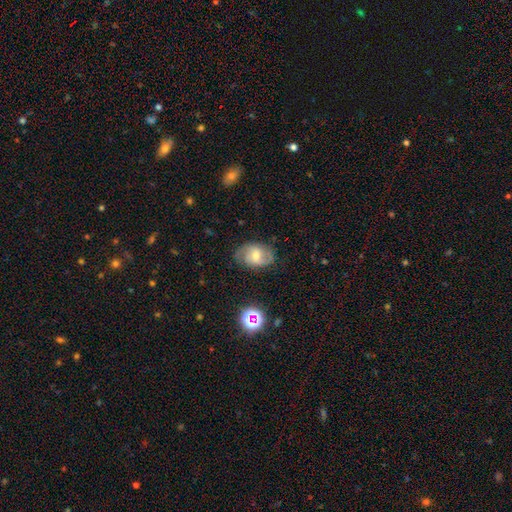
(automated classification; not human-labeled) Smooth or featured?
  - featured or disk: 59% *
  - smooth: 31%
  - star or artifact: 10%
Edge-on disk?
  - no: 96% *
  - yes: 4%
Bar?
  - weak: 47% *
  - no: 41%
  - strong: 12%
Spiral arms?
  - yes: 87% *
  - no: 13%
Bulge size?
  - moderate: 55% *
  - small: 32%
  - large: 7%
  - none: 4%
  - dominant: 1%
Merging?
  - none: 73% *
  - minor disturbance: 19%
  - major disturbance: 6%
  - merger: 1%